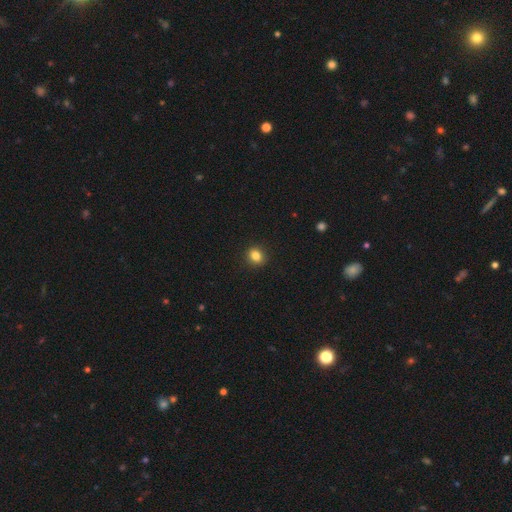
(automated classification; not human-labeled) Smooth or featured? Predicted: smooth (p=0.84). How rounded? Predicted: round (p=0.71). Merging? Predicted: none (p=0.91).